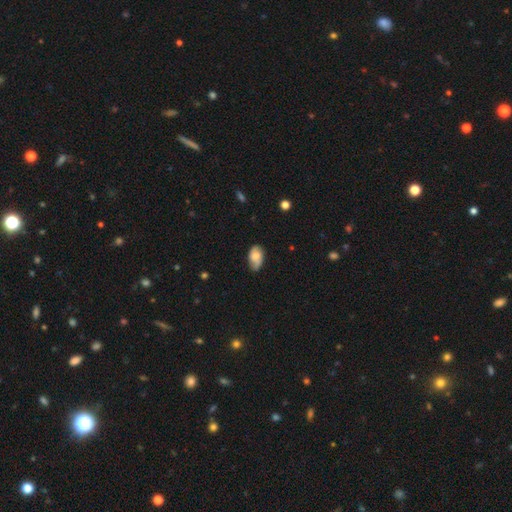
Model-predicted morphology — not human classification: A smooth galaxy with no disk features (61%) that is in between round and cigar-shaped (91%).

Vote fractions:
- Smooth or featured? smooth: 61% / featured or disk: 31% / star or artifact: 8%
- How rounded? in between: 91% / round: 8% / cigar-shaped: 2%
- Merging? none: 62% / minor disturbance: 31% / major disturbance: 6% / merger: 2%